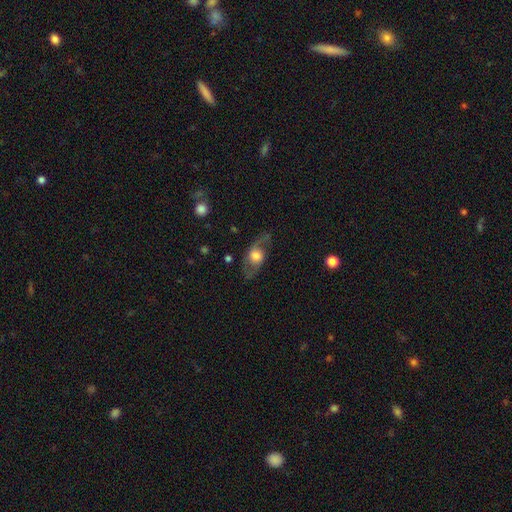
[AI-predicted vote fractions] Q: Smooth or featured?
A: featured or disk (59%); runner-up: smooth (33%)
Q: Edge-on disk?
A: no (74%); runner-up: yes (26%)
Q: Merging?
A: none (69%); runner-up: minor disturbance (17%)